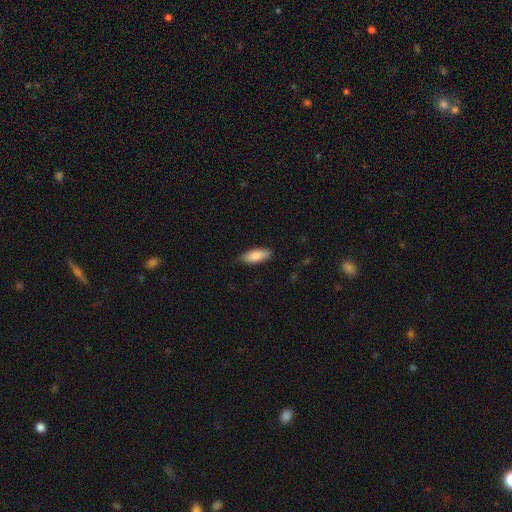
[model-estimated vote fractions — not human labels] Smooth or featured? smooth (87%)
How rounded? in between (74%)
Merging? none (84%)